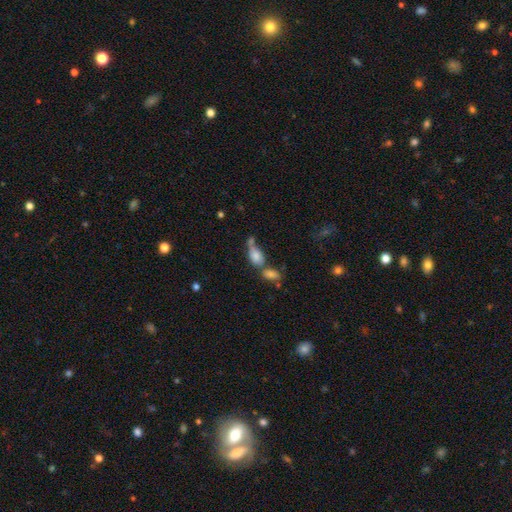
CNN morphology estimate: Overall: smooth (74%). How rounded: in between (78%). Merging: merger (53%; none 27%).